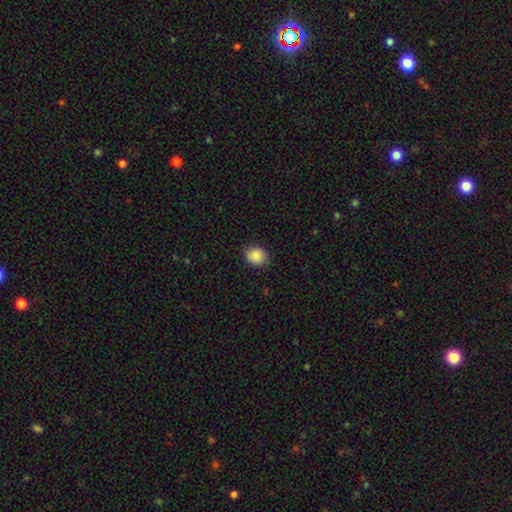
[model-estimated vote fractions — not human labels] Smooth or featured? smooth (88%)
How rounded? round (56%)
Merging? none (84%)